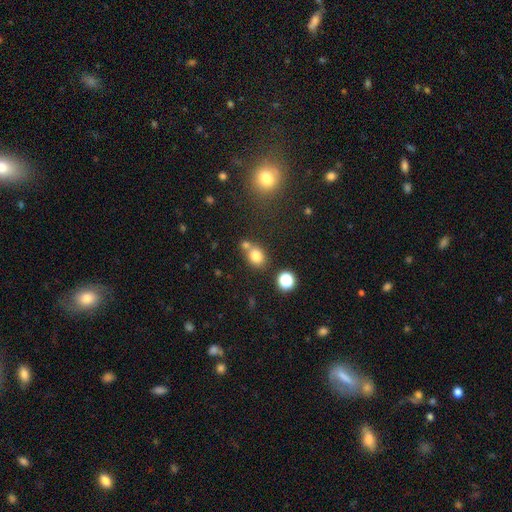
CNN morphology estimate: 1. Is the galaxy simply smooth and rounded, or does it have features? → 79% smooth, 13% star or artifact, 8% featured or disk.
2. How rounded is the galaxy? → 60% round, 39% in between, 1% cigar-shaped.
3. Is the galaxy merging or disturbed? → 56% none, 29% merger, 11% minor disturbance, 4% major disturbance.